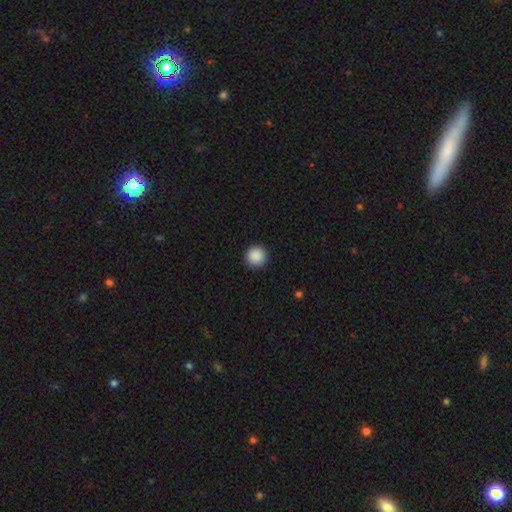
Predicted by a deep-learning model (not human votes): A smooth galaxy with no disk features (89%) that is round (96%). Merging: none (92%).